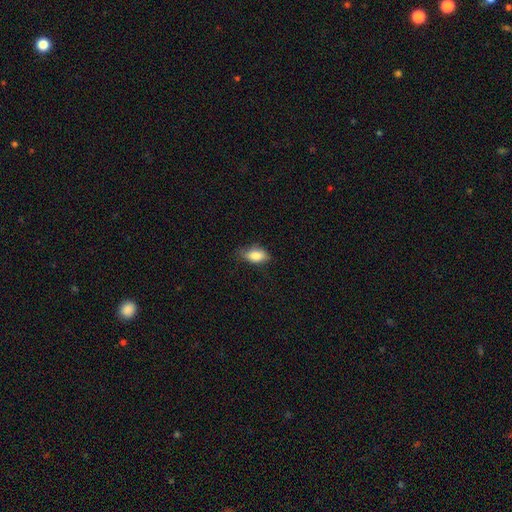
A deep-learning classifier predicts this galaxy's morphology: smooth 82%, featured or disk 11%, star or artifact 7%. Down the decision tree: how rounded — in between (88%); merging — none (68%).